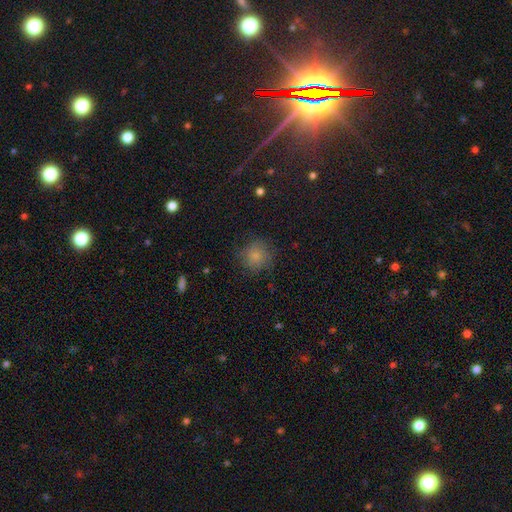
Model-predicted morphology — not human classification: This appears to be a smooth galaxy with no disk features (78%) that is round (90%). Merging: none (76%).